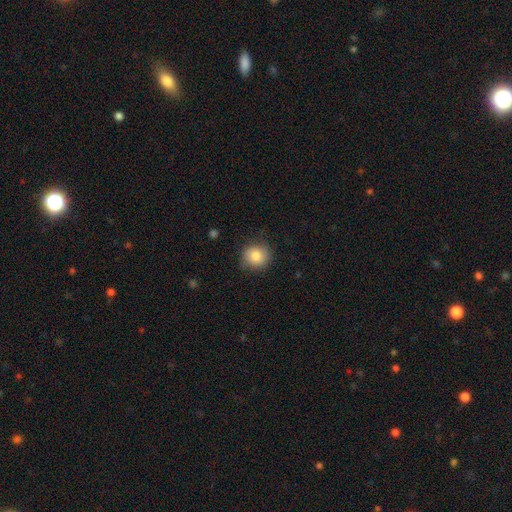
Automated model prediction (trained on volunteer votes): Q: Smooth or featured?
A: smooth (81%); runner-up: featured or disk (10%)
Q: How rounded?
A: round (84%); runner-up: in between (15%)
Q: Merging?
A: none (79%); runner-up: minor disturbance (16%)